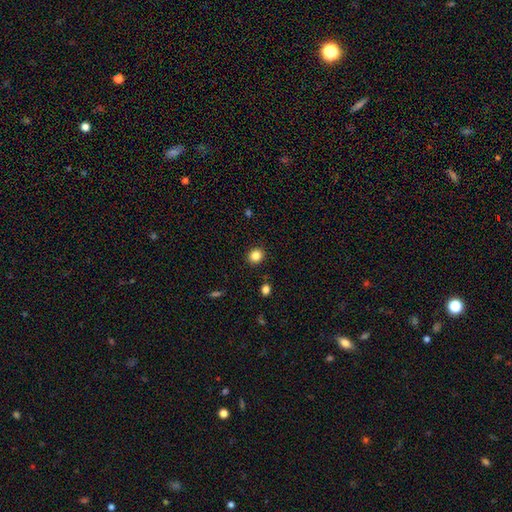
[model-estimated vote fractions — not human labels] Q: Smooth or featured?
A: smooth (84%); runner-up: star or artifact (11%)
Q: How rounded?
A: round (79%); runner-up: in between (21%)
Q: Merging?
A: none (90%); runner-up: minor disturbance (7%)